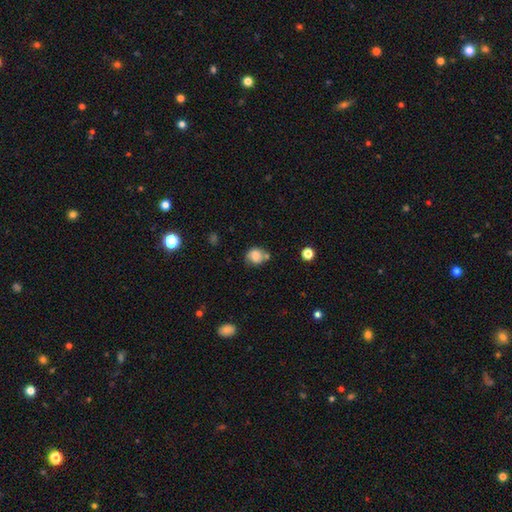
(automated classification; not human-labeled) Smooth or featured: smooth — 60% (featured or disk — 29%)
How rounded: round — 65% (in between — 34%)
Merging: none — 50% (minor disturbance — 25%)